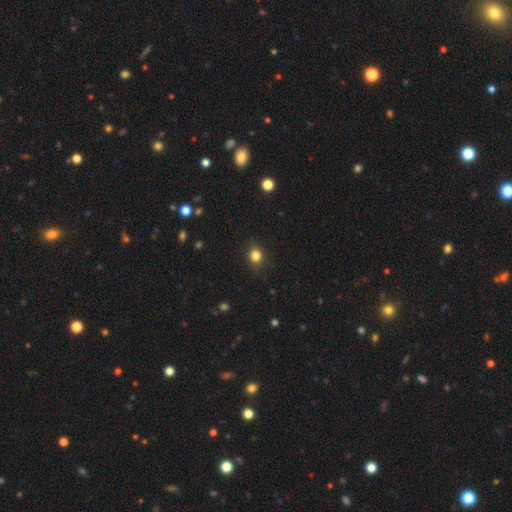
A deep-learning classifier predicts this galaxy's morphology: Q: Smooth or featured?
A: smooth (83%); runner-up: star or artifact (12%)
Q: How rounded?
A: round (76%); runner-up: in between (24%)
Q: Merging?
A: none (88%); runner-up: minor disturbance (9%)